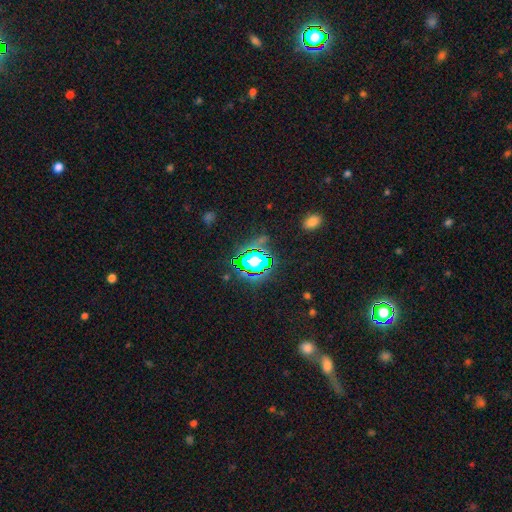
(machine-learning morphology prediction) Smooth or featured: star or artifact — 77% (smooth — 14%)